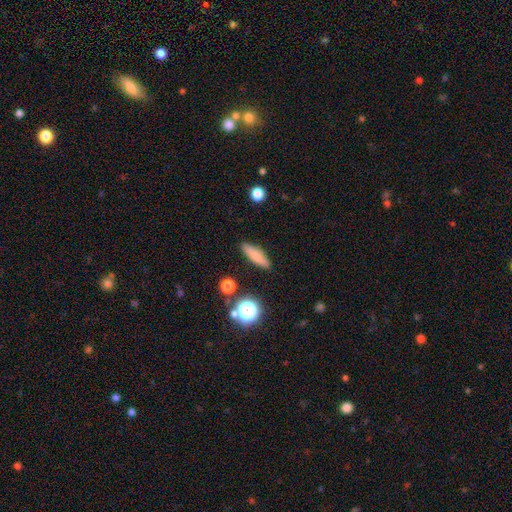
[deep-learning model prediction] This appears to be a smooth galaxy with no disk features (72%) that is cigar-shaped (68%). Merging: none (87%).